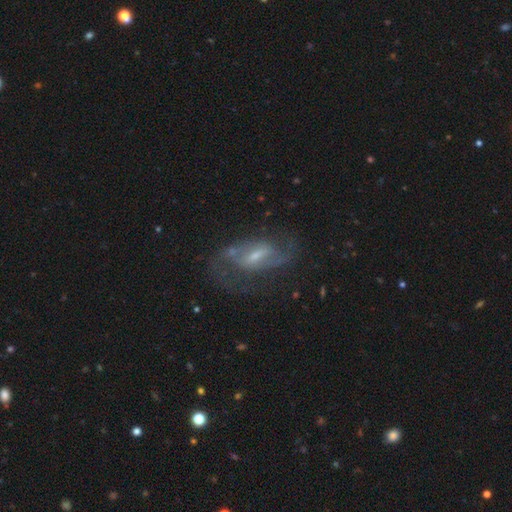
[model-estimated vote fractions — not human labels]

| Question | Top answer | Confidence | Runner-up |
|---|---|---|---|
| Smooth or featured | featured or disk | 80% | smooth (12%) |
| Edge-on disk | no | 93% | yes (7%) |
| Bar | weak | 51% | strong (29%) |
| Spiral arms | yes | 87% | no (13%) |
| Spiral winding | medium | 50% | loose (32%) |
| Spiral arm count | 2 | 79% | can't tell (11%) |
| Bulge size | small | 52% | moderate (33%) |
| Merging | none | 61% | minor disturbance (19%) |